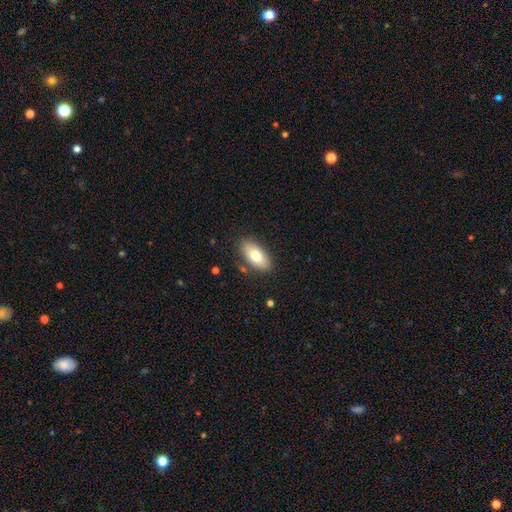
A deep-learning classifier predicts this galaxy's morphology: smooth 72%, featured or disk 21%, star or artifact 7%. Down the decision tree: how rounded — in between (89%); merging — none (84%).